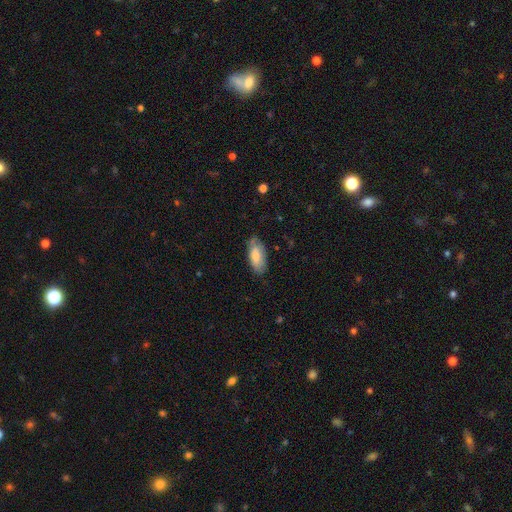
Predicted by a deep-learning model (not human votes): A smooth galaxy with no disk features (75%) that is in between round and cigar-shaped (88%). Merging: none (74%).